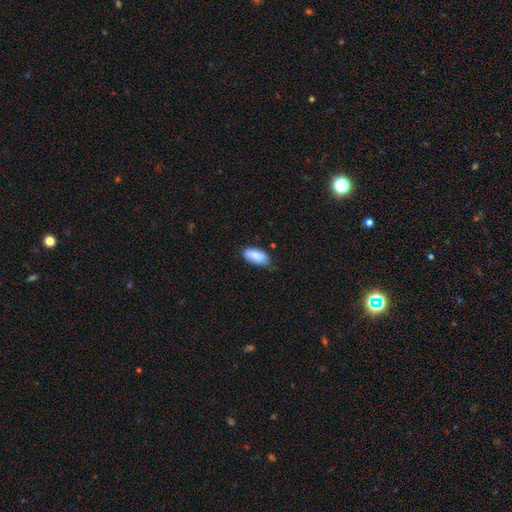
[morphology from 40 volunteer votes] This appears to be a smooth galaxy with no disk features (80%) that is in between round and cigar-shaped (94%). Merging: none (66%).